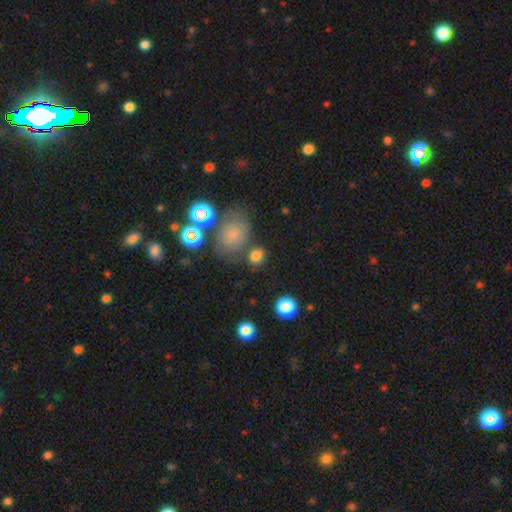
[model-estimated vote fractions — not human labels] A smooth galaxy with no disk features (78%) that is round (64%). Merging: none (69%).